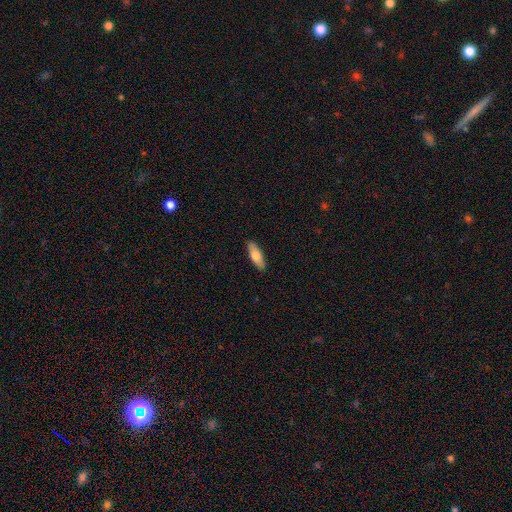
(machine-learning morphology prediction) Overall: smooth (70%). How rounded: in between (62%; cigar-shaped 36%). Merging: none (90%).